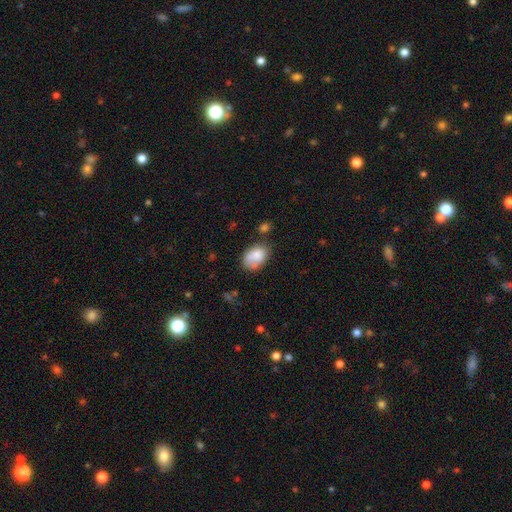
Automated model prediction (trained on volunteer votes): smooth 78%, featured or disk 14%, star or artifact 8%. Down the decision tree: how rounded — in between (81%); merging — none (48%).